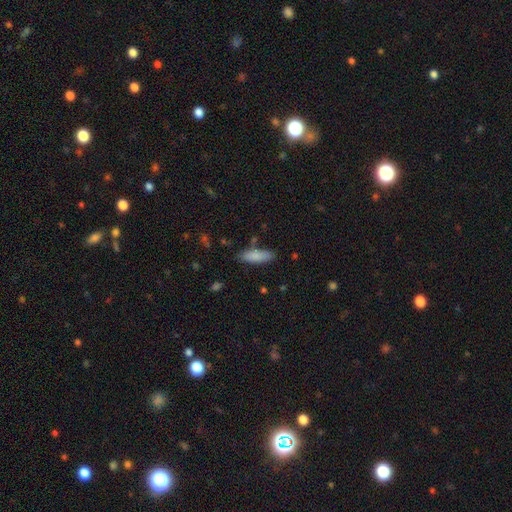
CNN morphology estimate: A smooth galaxy with no disk features (84%) that is in between round and cigar-shaped (51%). Merging: none (79%).